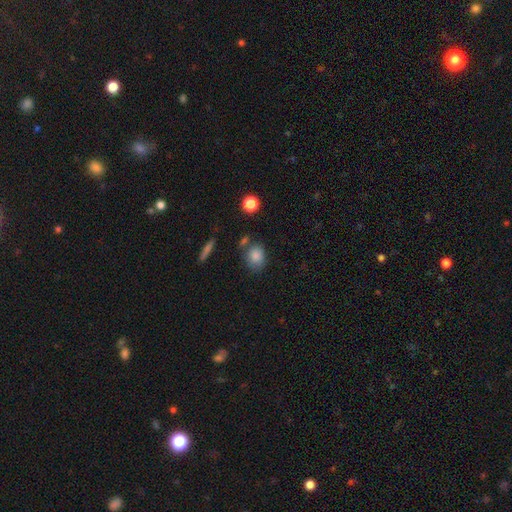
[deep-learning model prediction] This appears to be a smooth galaxy with no disk features (84%) that is in between round and cigar-shaped (54%). Merging: none (65%).